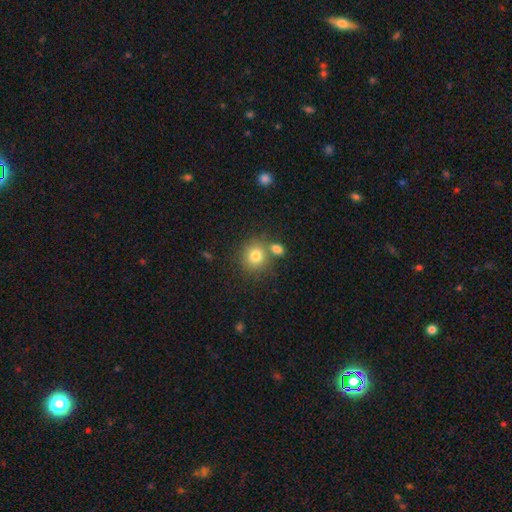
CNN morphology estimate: A smooth galaxy with no disk features (79%) that is round (82%). Merging: none (63%).